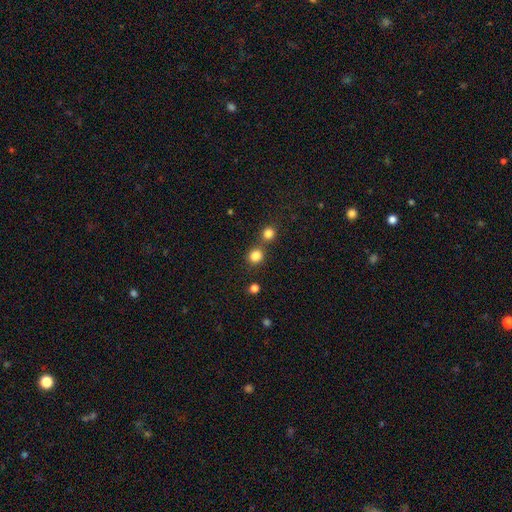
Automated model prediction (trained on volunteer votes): The model was most divided on "merging": none: 67%, merger: 22%, minor disturbance: 8%, major disturbance: 3%. More confident: how rounded — round (84%); smooth or featured — smooth (83%).